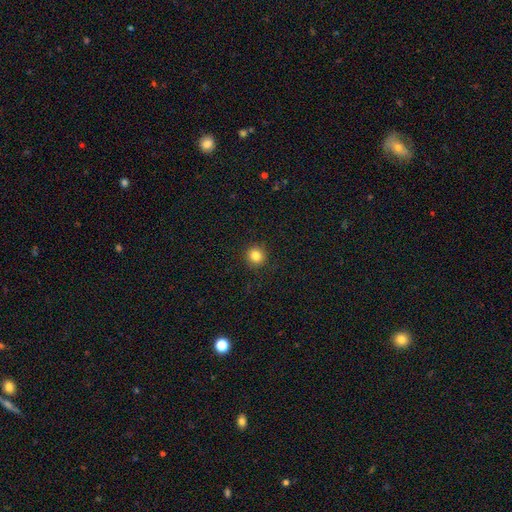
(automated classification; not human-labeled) This appears to be a smooth galaxy with no disk features (84%) that is round (92%). Merging: none (92%).